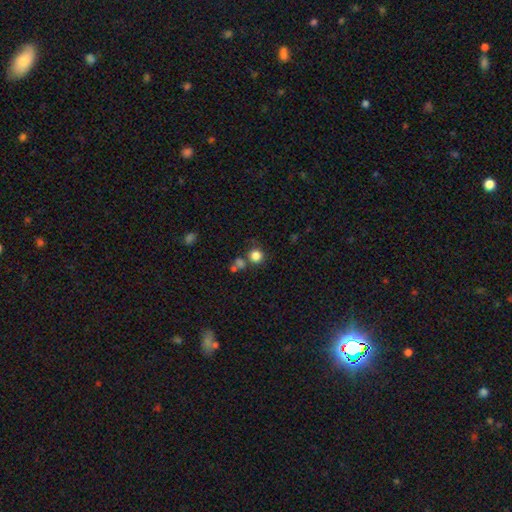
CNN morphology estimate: A smooth galaxy with no disk features (82%) that is round (91%). Merging: none (71%).